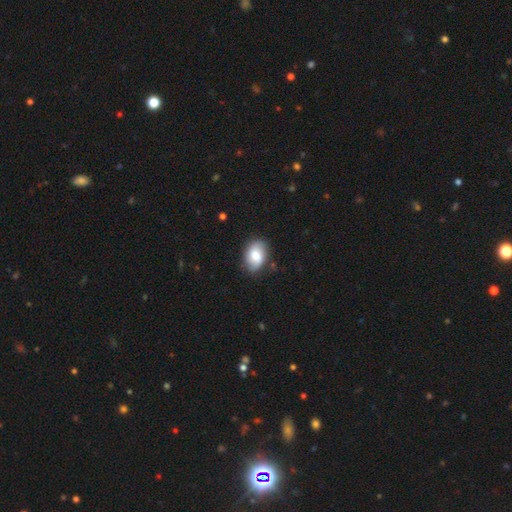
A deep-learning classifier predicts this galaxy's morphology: Overall: smooth (74%). How rounded: in between (87%). Merging: none (77%).